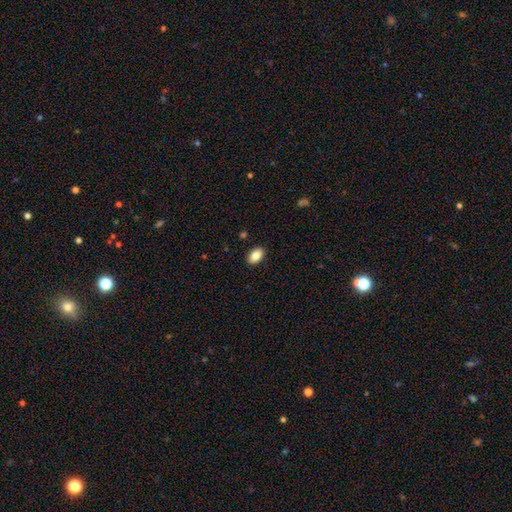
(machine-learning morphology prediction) Smooth or featured? Predicted: smooth (p=0.86). How rounded? Predicted: in between (p=0.89). Merging? Predicted: none (p=0.90).